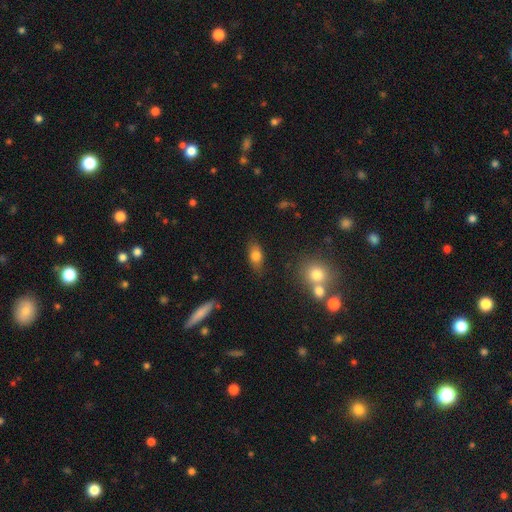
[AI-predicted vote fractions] This appears to be a smooth galaxy with no disk features (77%) that is in between round and cigar-shaped (83%). Merging: none (79%).